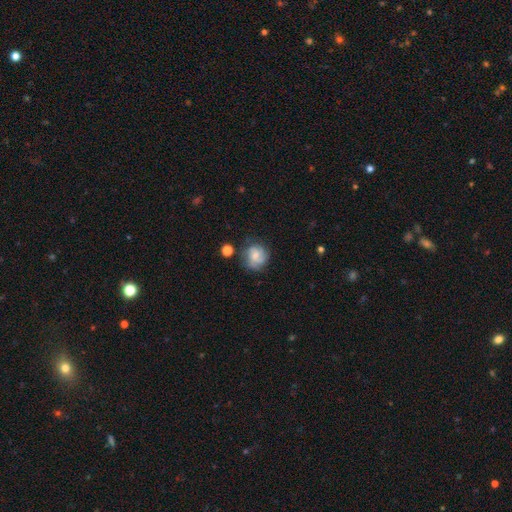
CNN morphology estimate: Q: Smooth or featured?
A: featured or disk (48%); runner-up: smooth (43%)
Q: Merging?
A: none (66%); runner-up: minor disturbance (21%)